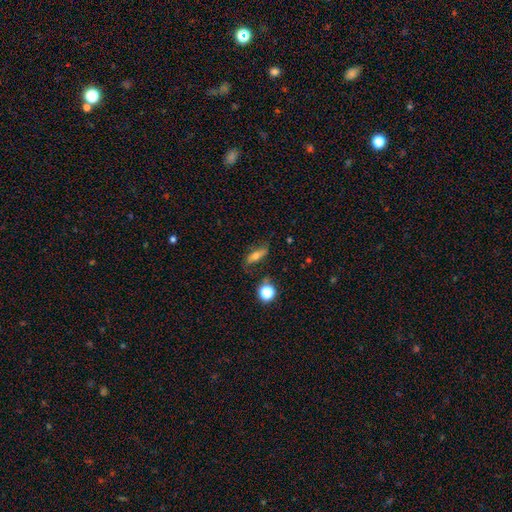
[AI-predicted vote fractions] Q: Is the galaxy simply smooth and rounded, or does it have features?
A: smooth — 45%.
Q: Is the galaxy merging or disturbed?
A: none — 70%.